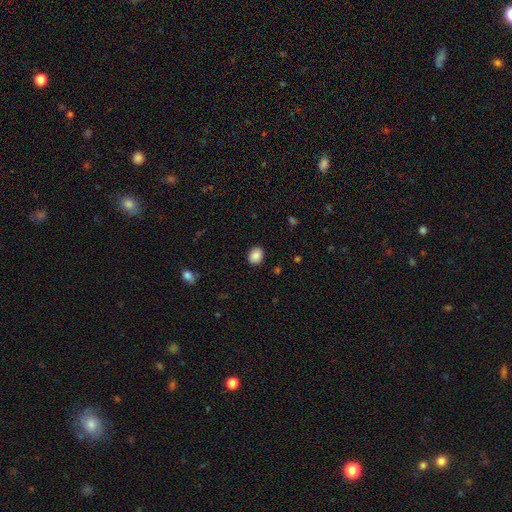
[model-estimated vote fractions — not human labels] This appears to be a smooth galaxy with no disk features (88%) that is round (53%). Merging: none (89%).